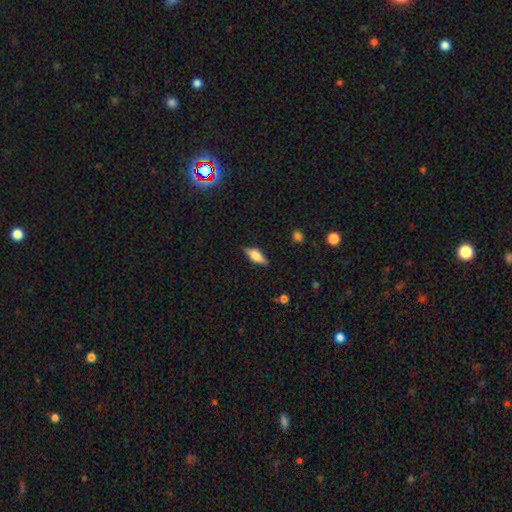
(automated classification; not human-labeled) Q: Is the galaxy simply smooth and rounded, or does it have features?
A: smooth — 55%.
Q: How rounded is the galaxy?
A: in between — 61%.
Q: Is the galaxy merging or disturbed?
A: none — 82%.